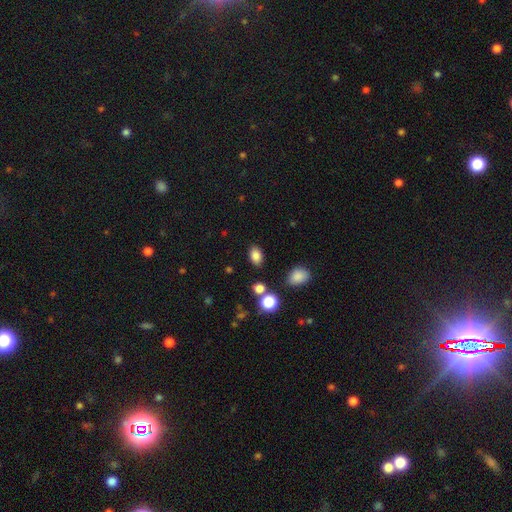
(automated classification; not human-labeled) A smooth galaxy with no disk features (83%) that is in between round and cigar-shaped (83%). Merging: none (83%).